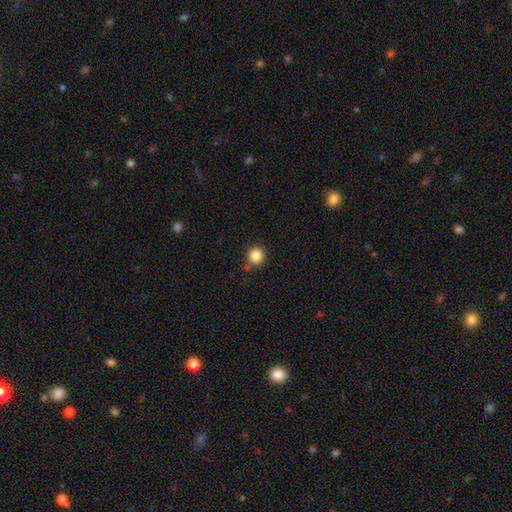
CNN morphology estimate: smooth-or-featured: smooth: 85% | star or artifact: 11% | featured or disk: 4%
  how-rounded: round: 91% | in between: 8% | cigar-shaped: 1%
  merging: none: 82% | minor disturbance: 11% | merger: 5% | major disturbance: 3%